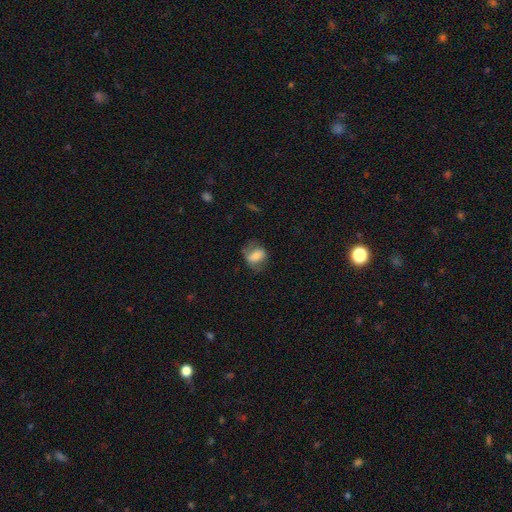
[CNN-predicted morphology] Smooth or featured? smooth (65%)
How rounded? in between (67%)
Merging? none (56%)